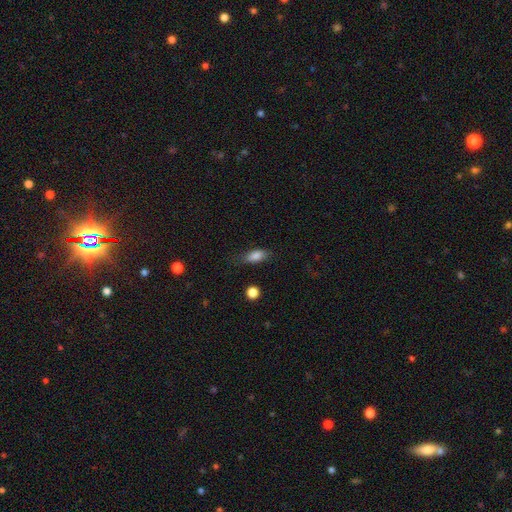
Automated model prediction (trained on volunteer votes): Smooth or featured?
  - smooth: 82% *
  - featured or disk: 10%
  - star or artifact: 8%
How rounded?
  - in between: 80% *
  - cigar-shaped: 15%
  - round: 5%
Merging?
  - none: 71% *
  - minor disturbance: 21%
  - major disturbance: 6%
  - merger: 2%